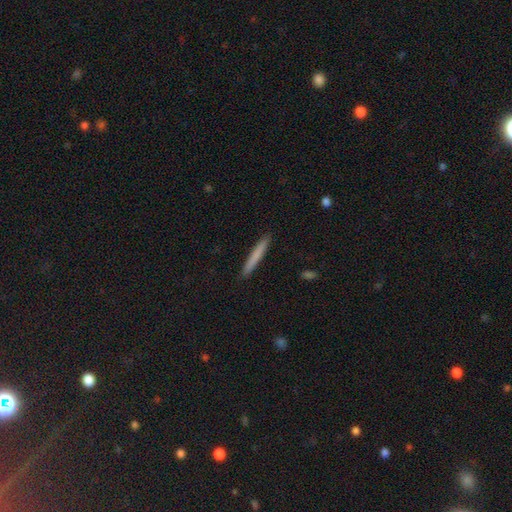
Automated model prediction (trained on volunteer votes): Morphology: type=smooth (74%); roundness=cigar-shaped (96%); merging=none (92%).